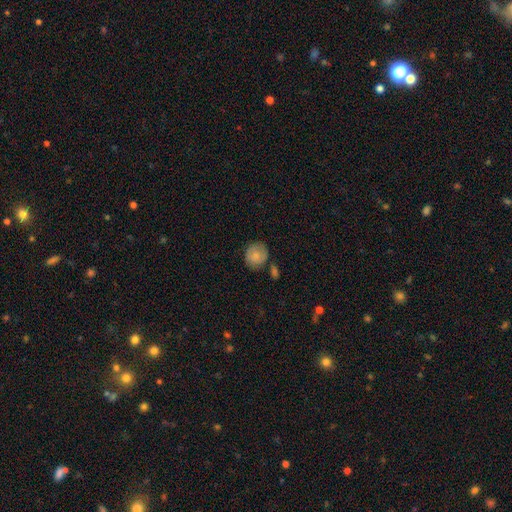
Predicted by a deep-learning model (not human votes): smooth_or_featured: smooth (p=0.80) [alt: featured or disk p=0.13]
how_rounded: round (p=0.79) [alt: in between p=0.20]
merging: none (p=0.67) [alt: minor disturbance p=0.19]